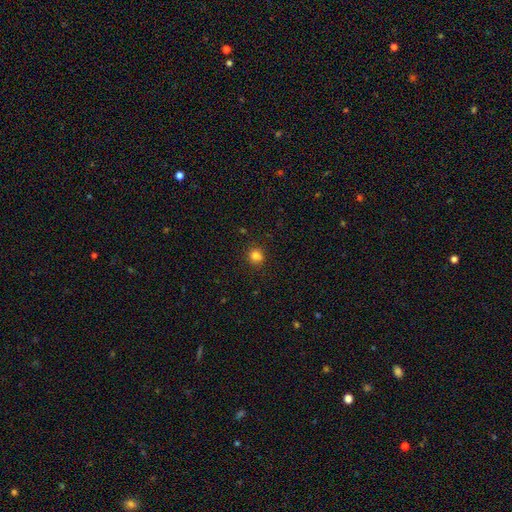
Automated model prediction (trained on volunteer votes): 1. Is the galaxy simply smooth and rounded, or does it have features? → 82% smooth, 13% star or artifact, 5% featured or disk.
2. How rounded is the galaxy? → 89% round, 10% in between, 1% cigar-shaped.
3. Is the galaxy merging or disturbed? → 88% none, 8% minor disturbance, 2% major disturbance, 2% merger.